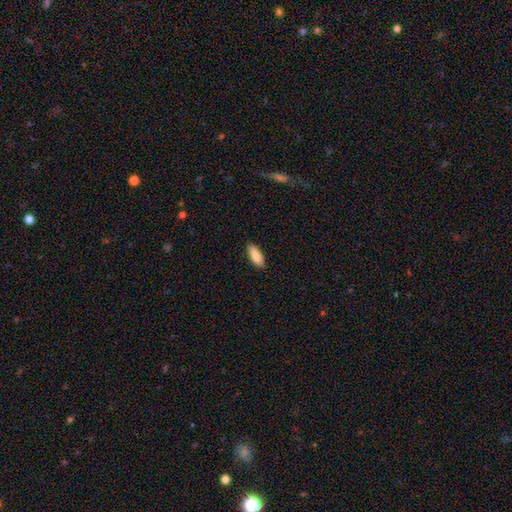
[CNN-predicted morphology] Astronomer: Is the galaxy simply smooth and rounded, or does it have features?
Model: smooth — 86%.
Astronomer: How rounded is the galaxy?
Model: in between — 75%.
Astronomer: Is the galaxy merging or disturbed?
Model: none — 88%.